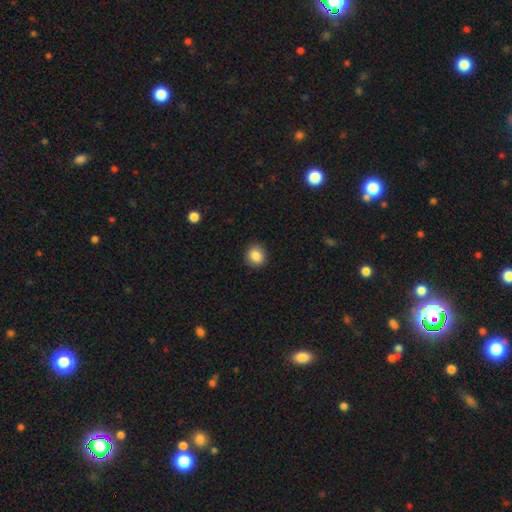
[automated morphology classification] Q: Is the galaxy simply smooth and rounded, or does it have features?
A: smooth — 86%.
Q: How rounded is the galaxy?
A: round — 74%.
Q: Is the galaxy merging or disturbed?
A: none — 90%.